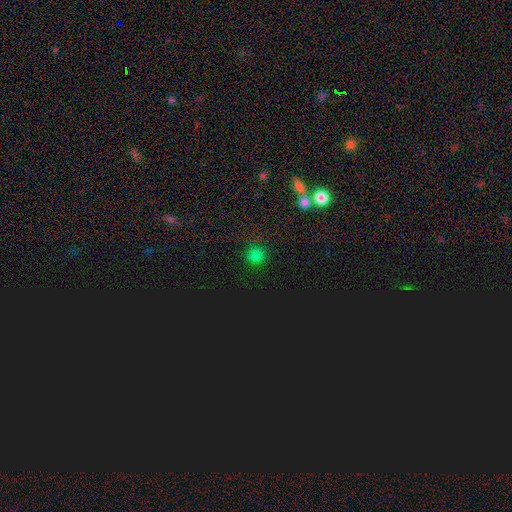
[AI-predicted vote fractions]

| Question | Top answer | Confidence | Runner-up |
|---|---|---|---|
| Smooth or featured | smooth | 70% | star or artifact (26%) |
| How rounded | round | 91% | in between (8%) |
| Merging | none | 88% | minor disturbance (7%) |